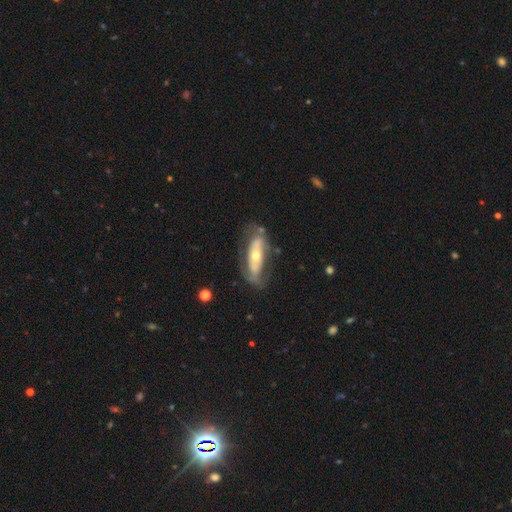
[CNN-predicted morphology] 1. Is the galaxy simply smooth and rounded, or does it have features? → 59% featured or disk, 35% smooth, 6% star or artifact.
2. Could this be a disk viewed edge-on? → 75% no, 25% yes.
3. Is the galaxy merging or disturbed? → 58% none, 24% minor disturbance, 15% major disturbance, 3% merger.